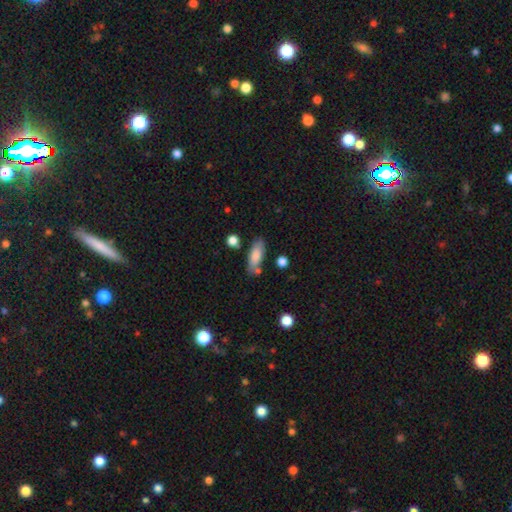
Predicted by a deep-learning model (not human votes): Smooth or featured: smooth — 80% (featured or disk — 13%)
How rounded: in between — 68% (cigar-shaped — 29%)
Merging: none — 74% (minor disturbance — 15%)